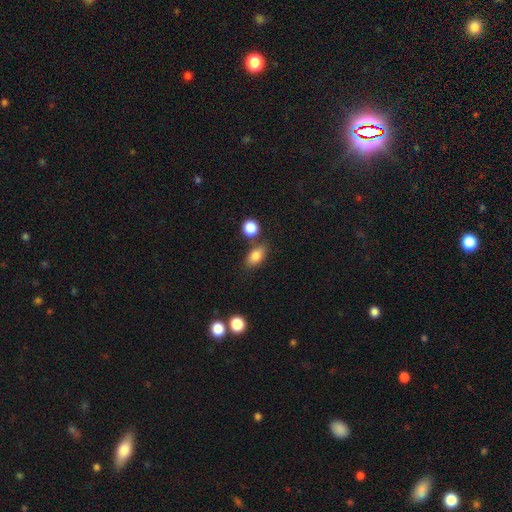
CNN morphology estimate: A smooth galaxy with no disk features (82%) that is in between round and cigar-shaped (82%).

Vote fractions:
- Smooth or featured? smooth: 82% / star or artifact: 9% / featured or disk: 9%
- How rounded? in between: 82% / round: 14% / cigar-shaped: 4%
- Merging? none: 69% / minor disturbance: 14% / merger: 13% / major disturbance: 4%